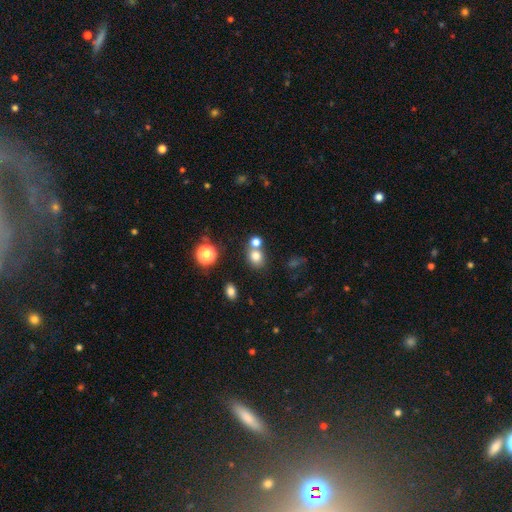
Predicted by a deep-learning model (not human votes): A smooth galaxy with no disk features (77%) that is round (63%). Merging: none (54%).